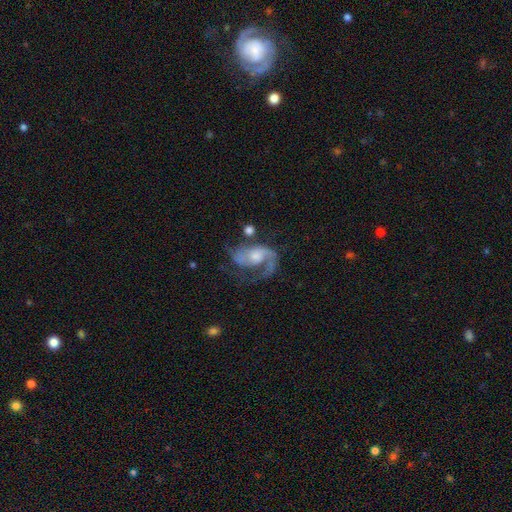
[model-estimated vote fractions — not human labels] Morphology: type=featured or disk (85%); edge-on=no (97%); bar=no (58%); spiral arms=yes (94%); winding=medium (49%); arm count=2 (59%); bulge=moderate (49%); merging=none (45%).